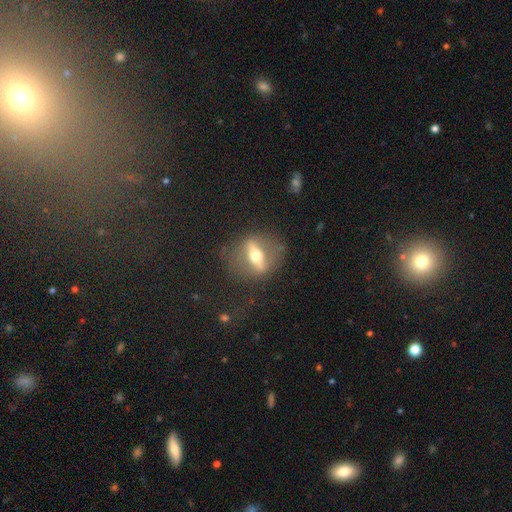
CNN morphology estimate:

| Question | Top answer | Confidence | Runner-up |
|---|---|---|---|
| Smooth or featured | featured or disk | 72% | smooth (19%) |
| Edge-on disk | yes | 60% | no (40%) |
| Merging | none | 74% | minor disturbance (12%) |